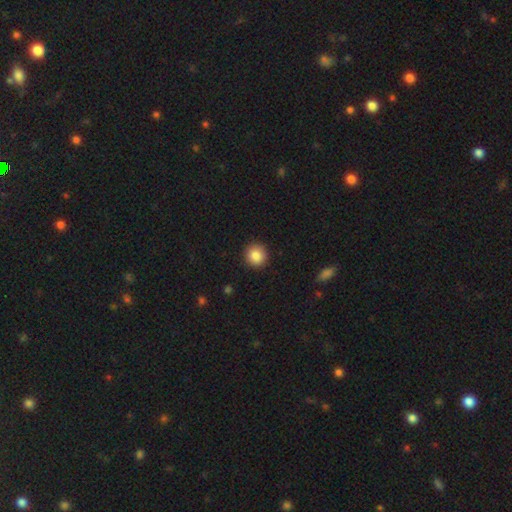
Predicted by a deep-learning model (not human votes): Smooth or featured?
  - smooth: 86% *
  - star or artifact: 9%
  - featured or disk: 5%
How rounded?
  - round: 93% *
  - in between: 6%
  - cigar-shaped: 1%
Merging?
  - none: 92% *
  - minor disturbance: 5%
  - major disturbance: 2%
  - merger: 1%